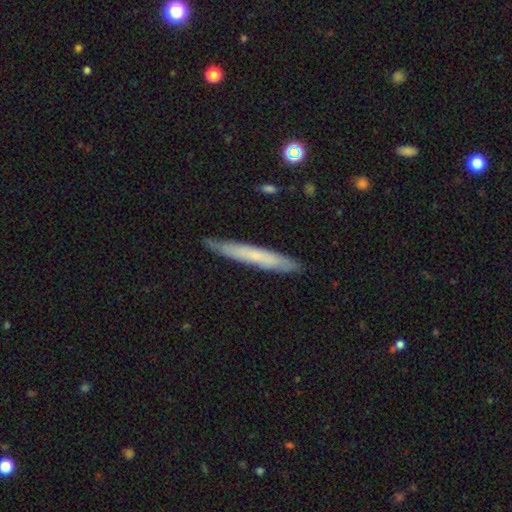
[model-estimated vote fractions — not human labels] Q: Smooth or featured?
A: smooth (54%); runner-up: featured or disk (40%)
Q: How rounded?
A: cigar-shaped (96%); runner-up: in between (3%)
Q: Merging?
A: none (86%); runner-up: minor disturbance (11%)